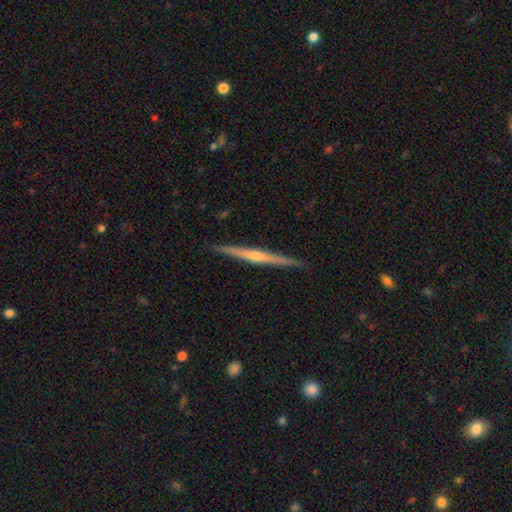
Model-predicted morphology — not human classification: featured or disk 79%, smooth 15%, star or artifact 5%. Down the decision tree: edge-on disk — yes (98%); edge-on bulge — rounded (79%); merging — none (91%).